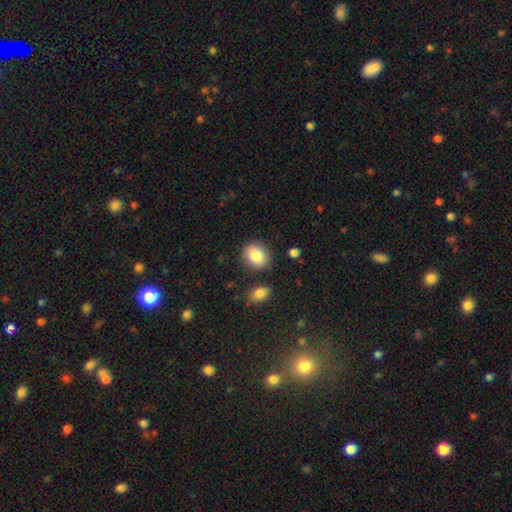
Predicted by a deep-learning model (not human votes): The model was most divided on "how rounded": round: 54%, in between: 44%, cigar-shaped: 1%. More confident: smooth or featured — smooth (84%); merging — none (83%).